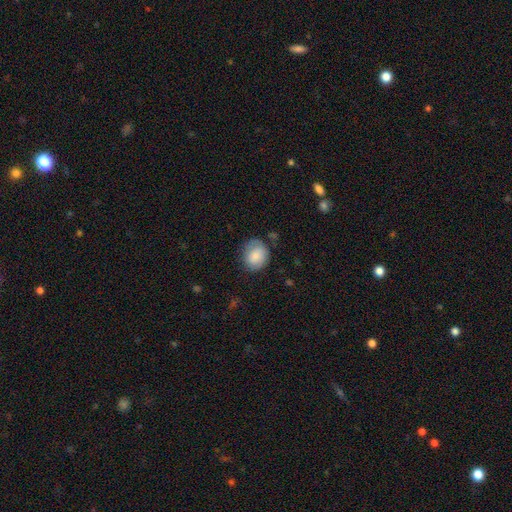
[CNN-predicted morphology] type=smooth (71%); roundness=round (67%); merging=none (67%).